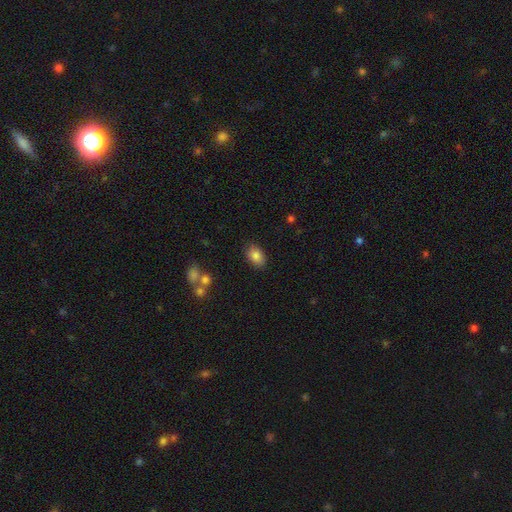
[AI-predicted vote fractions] This is clearly a smooth galaxy (83%). How rounded: clearly in between (87%). Merging: clearly none (85%).